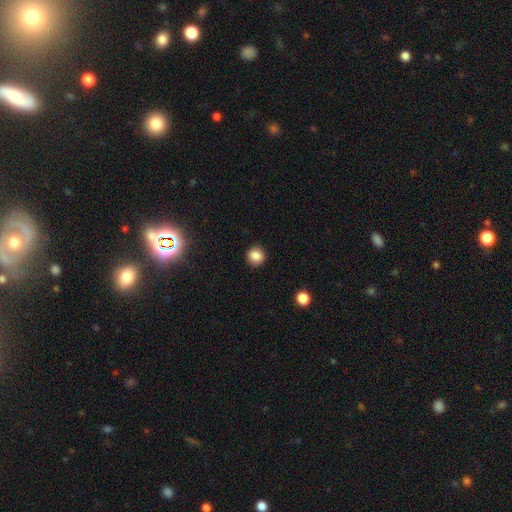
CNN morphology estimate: Smooth or featured: smooth — 86% (star or artifact — 11%)
How rounded: round — 91% (in between — 8%)
Merging: none — 91% (minor disturbance — 6%)